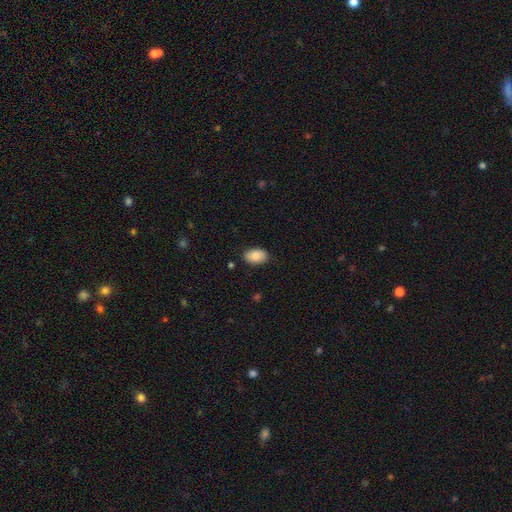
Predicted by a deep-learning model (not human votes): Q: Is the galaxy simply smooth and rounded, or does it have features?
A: smooth — 85%.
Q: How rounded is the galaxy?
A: in between — 89%.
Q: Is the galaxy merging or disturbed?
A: none — 85%.